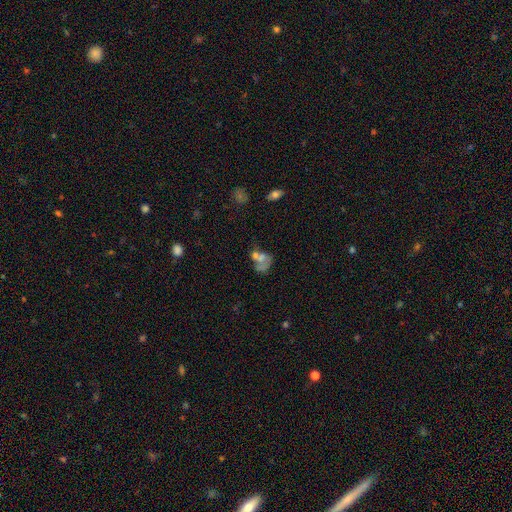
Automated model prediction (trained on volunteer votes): A smooth galaxy with no disk features (38%).

Vote fractions:
- Smooth or featured? smooth: 38% / star or artifact: 37% / featured or disk: 25%
- Merging? none: 50% / merger: 22% / minor disturbance: 15% / major disturbance: 14%